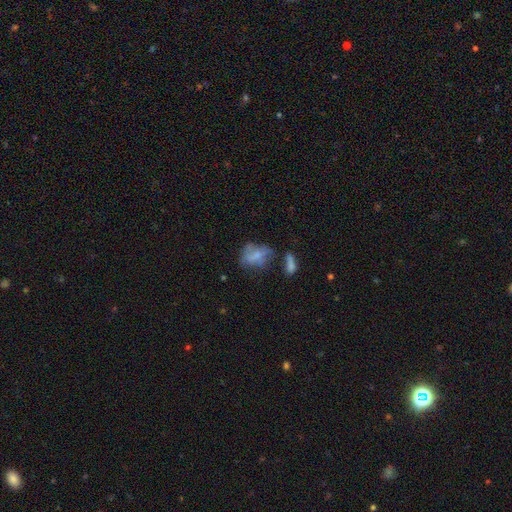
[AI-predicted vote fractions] Q: Smooth or featured?
A: smooth (55%); runner-up: featured or disk (34%)
Q: How rounded?
A: in between (74%); runner-up: round (23%)
Q: Merging?
A: none (36%); runner-up: major disturbance (25%)